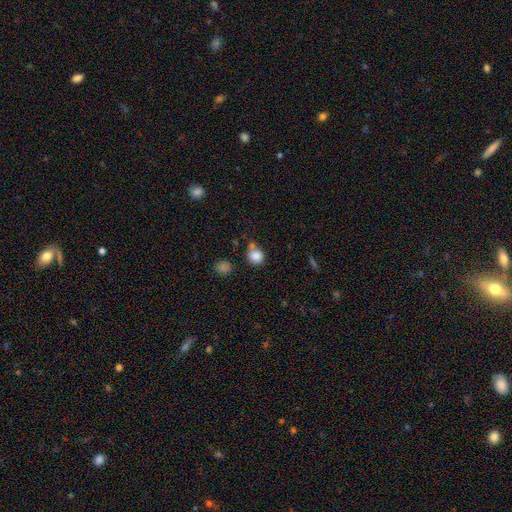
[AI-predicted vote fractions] A smooth galaxy with no disk features (84%) that is round (82%).

Vote fractions:
- Smooth or featured? smooth: 84% / star or artifact: 11% / featured or disk: 5%
- How rounded? round: 82% / in between: 17% / cigar-shaped: 1%
- Merging? none: 57% / minor disturbance: 20% / merger: 17% / major disturbance: 7%